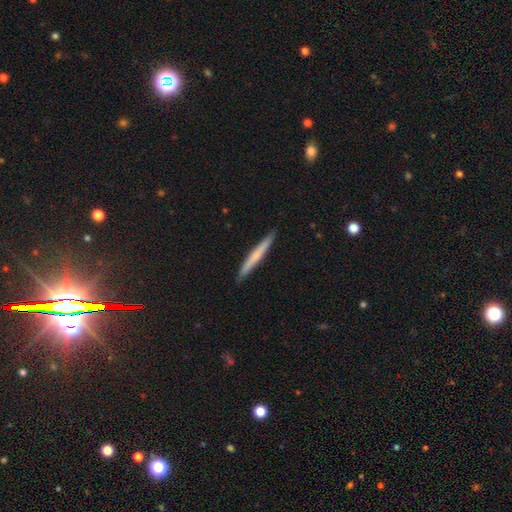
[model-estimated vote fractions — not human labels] Smooth or featured? smooth (57%)
How rounded? cigar-shaped (97%)
Merging? none (91%)